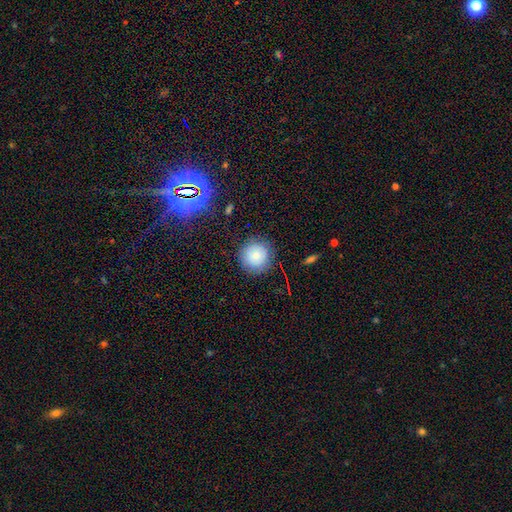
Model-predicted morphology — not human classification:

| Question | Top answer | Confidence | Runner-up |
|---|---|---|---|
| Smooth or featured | smooth | 79% | star or artifact (11%) |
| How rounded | round | 93% | in between (6%) |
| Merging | none | 85% | minor disturbance (10%) |